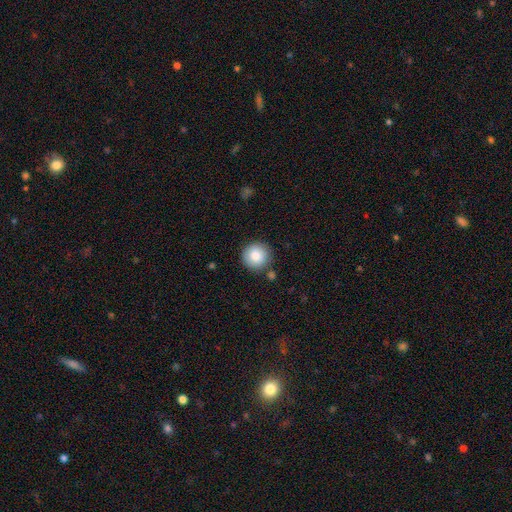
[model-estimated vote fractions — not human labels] This is clearly a smooth galaxy (85%). How rounded: clearly round (95%). Merging: clearly none (83%).